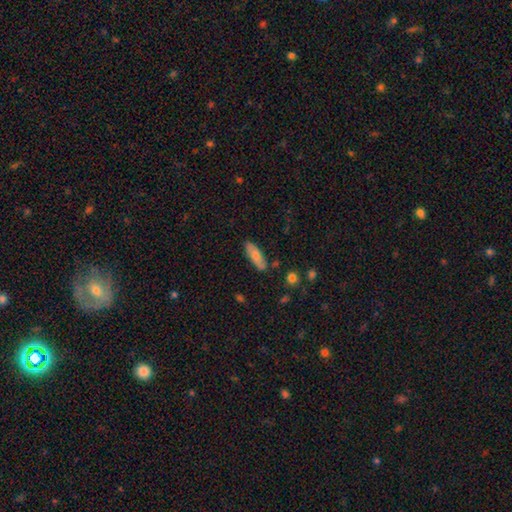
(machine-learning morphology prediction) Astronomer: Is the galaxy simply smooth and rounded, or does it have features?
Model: smooth — 73%.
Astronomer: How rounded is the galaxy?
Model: in between — 64%.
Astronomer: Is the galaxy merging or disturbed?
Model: none — 81%.